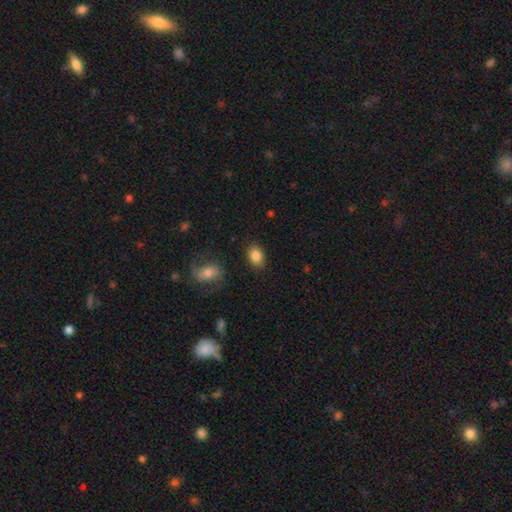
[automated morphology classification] smooth_or_featured: smooth (p=0.85) [alt: star or artifact p=0.08]
how_rounded: in between (p=0.75) [alt: round p=0.23]
merging: none (p=0.85) [alt: minor disturbance p=0.10]